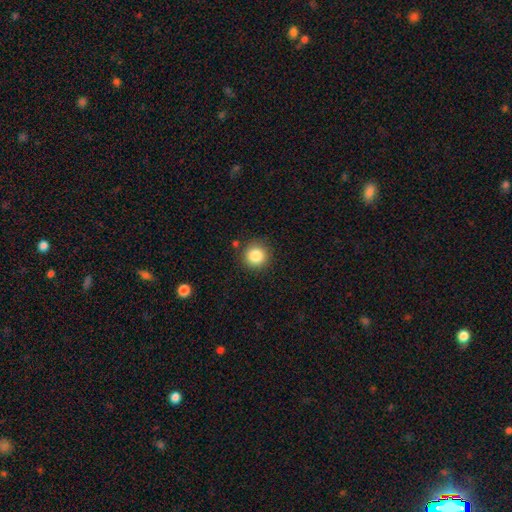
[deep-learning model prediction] smooth_or_featured: smooth (p=0.85) [alt: star or artifact p=0.10]
how_rounded: round (p=0.94) [alt: in between p=0.05]
merging: none (p=0.88) [alt: minor disturbance p=0.08]